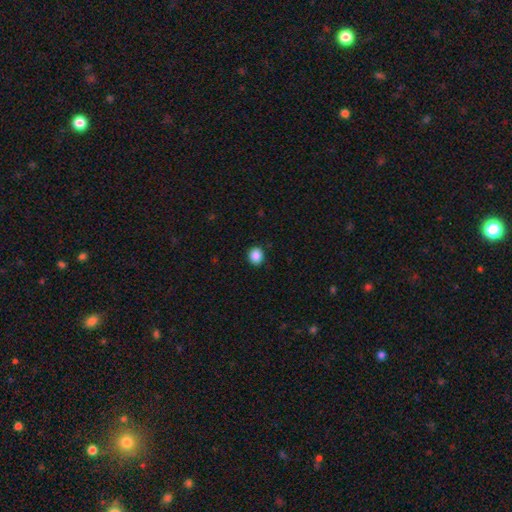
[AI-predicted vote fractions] Smooth or featured? smooth (87%)
How rounded? round (81%)
Merging? none (90%)